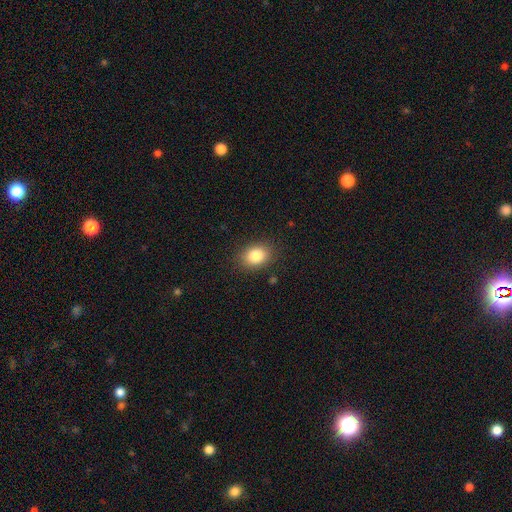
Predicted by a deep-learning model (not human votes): This appears to be a smooth galaxy with no disk features (84%) that is in between round and cigar-shaped (65%). Merging: none (86%).